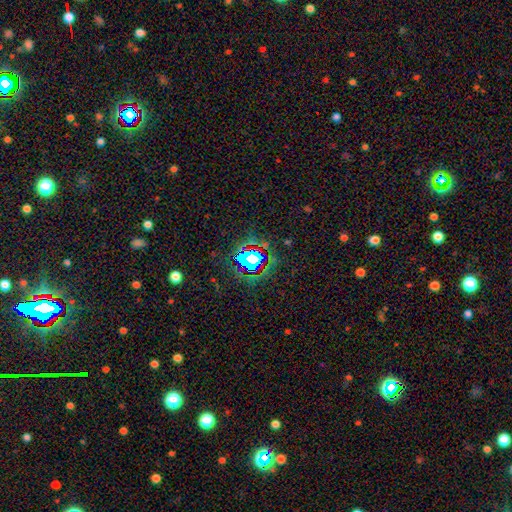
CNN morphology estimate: Smooth or featured? star or artifact (69%)